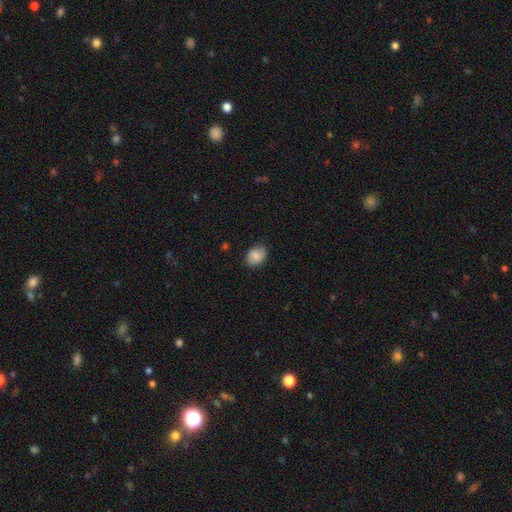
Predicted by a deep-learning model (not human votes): Smooth or featured? Predicted: smooth (p=0.79). How rounded? Predicted: in between (p=0.75). Merging? Predicted: none (p=0.84).